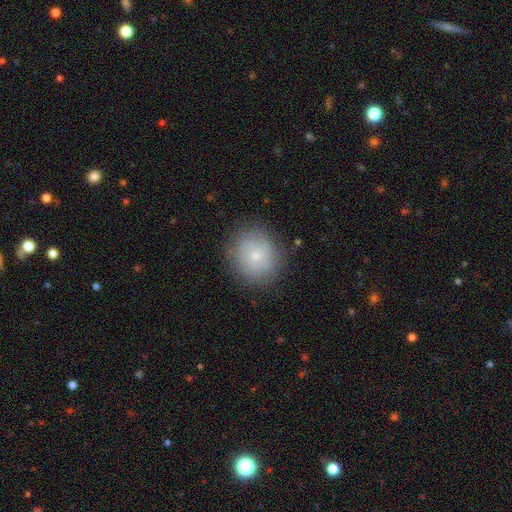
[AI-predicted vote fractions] smooth-or-featured: smooth: 67% | featured or disk: 24% | star or artifact: 9%
  how-rounded: round: 83% | in between: 16% | cigar-shaped: 1%
  merging: none: 82% | minor disturbance: 13% | major disturbance: 4% | merger: 1%